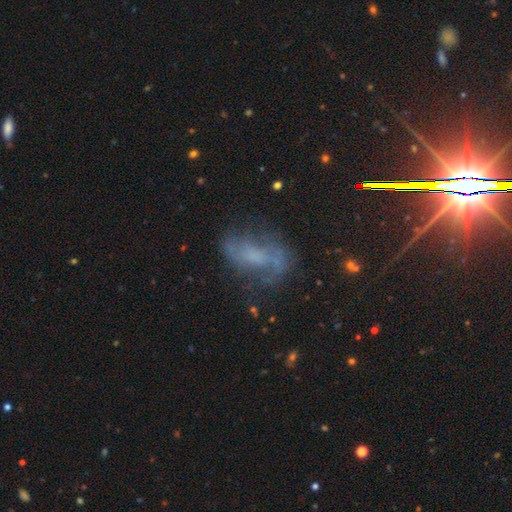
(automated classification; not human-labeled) A featured or disk galaxy (61%) with no bar (53%), spiral arms (75%) and no central bulge (46%).

Vote fractions:
- Smooth or featured? featured or disk: 61% / smooth: 21% / star or artifact: 19%
- Edge-on disk? no: 93% / yes: 7%
- Bar? no: 53% / weak: 34% / strong: 13%
- Spiral arms? yes: 75% / no: 25%
- Bulge size? none: 46% / small: 25% / moderate: 20% / large: 7% / dominant: 2%
- Merging? none: 56% / minor disturbance: 21% / major disturbance: 19% / merger: 4%